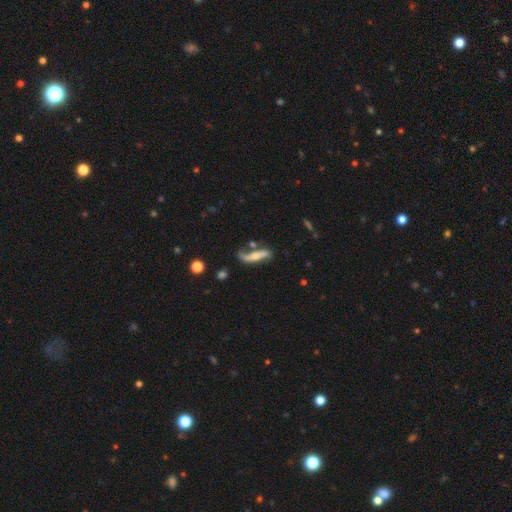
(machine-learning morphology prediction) Overall: featured or disk (56%; smooth 37%). Edge-on disk: no (56%; yes 44%). Merging: none (46%; minor disturbance 25%).